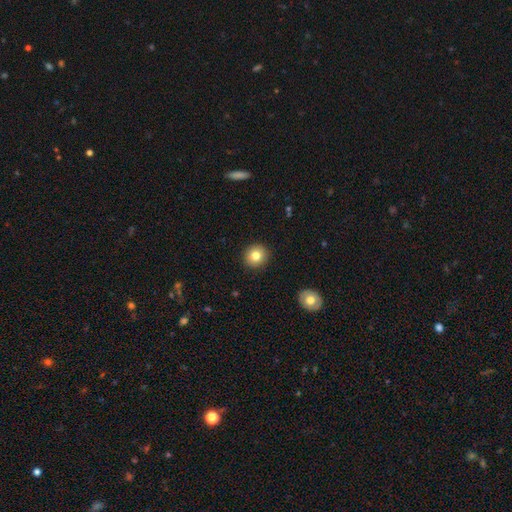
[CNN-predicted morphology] A smooth galaxy with no disk features (80%) that is round (89%).

Vote fractions:
- Smooth or featured? smooth: 80% / star or artifact: 10% / featured or disk: 10%
- How rounded? round: 89% / in between: 10% / cigar-shaped: 1%
- Merging? none: 92% / minor disturbance: 6% / major disturbance: 2% / merger: 1%